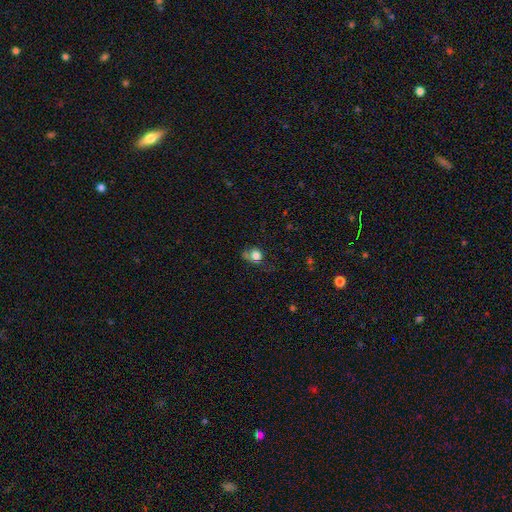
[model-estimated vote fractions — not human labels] A smooth galaxy with no disk features (76%) that is round (70%). Merging: none (44%).